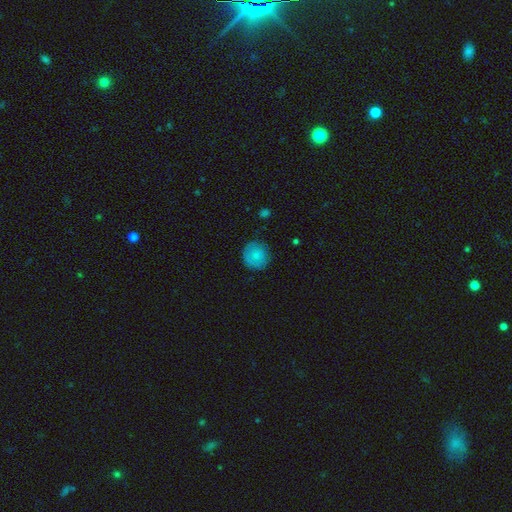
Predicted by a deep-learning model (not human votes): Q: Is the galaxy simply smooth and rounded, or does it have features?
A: smooth — 81%.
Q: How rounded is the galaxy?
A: round — 91%.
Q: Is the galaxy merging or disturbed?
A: none — 82%.